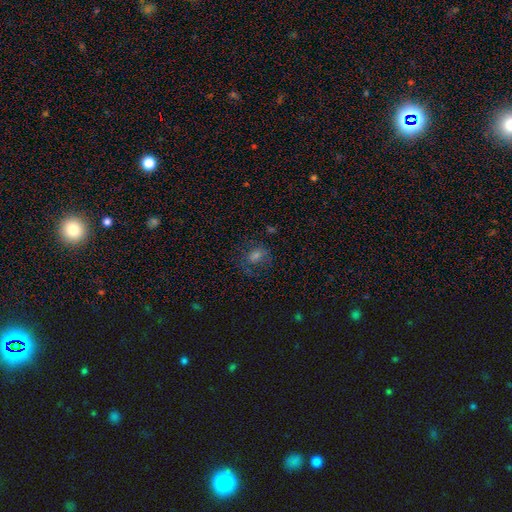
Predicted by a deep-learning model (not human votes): This appears to be a smooth galaxy with no disk features (50%). Merging: none (60%).